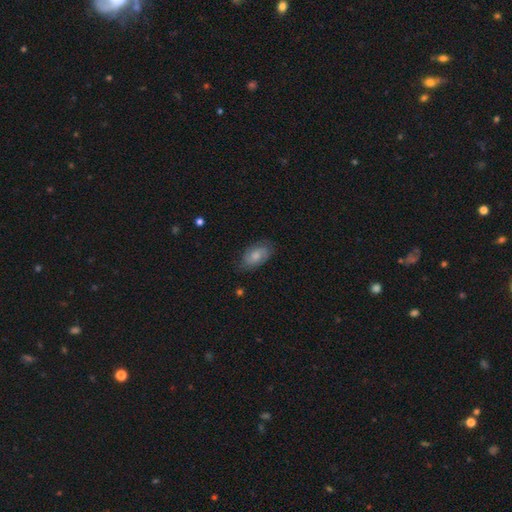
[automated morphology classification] This is possibly a smooth galaxy (53%). How rounded: clearly in between (91%). Merging: likely none (74%).